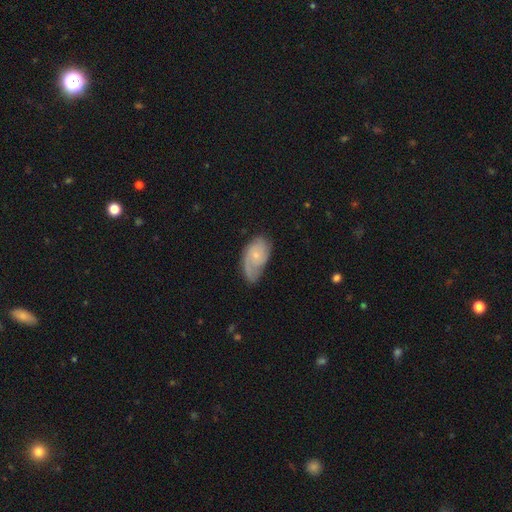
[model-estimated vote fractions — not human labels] Smooth or featured?
  - featured or disk: 63% *
  - smooth: 31%
  - star or artifact: 6%
Edge-on disk?
  - no: 96% *
  - yes: 4%
Bar?
  - no: 74% *
  - weak: 23%
  - strong: 3%
Spiral arms?
  - yes: 88% *
  - no: 12%
Spiral winding?
  - tight: 41% *
  - medium: 38%
  - loose: 21%
Spiral arm count?
  - 2: 40% *
  - 1: 33%
  - can't tell: 19%
  - 3: 5%
  - 4: 2%
  - more than 4: 2%
Bulge size?
  - small: 69% *
  - moderate: 23%
  - none: 5%
  - large: 1%
  - dominant: 1%
Merging?
  - none: 51% *
  - minor disturbance: 31%
  - major disturbance: 16%
  - merger: 2%